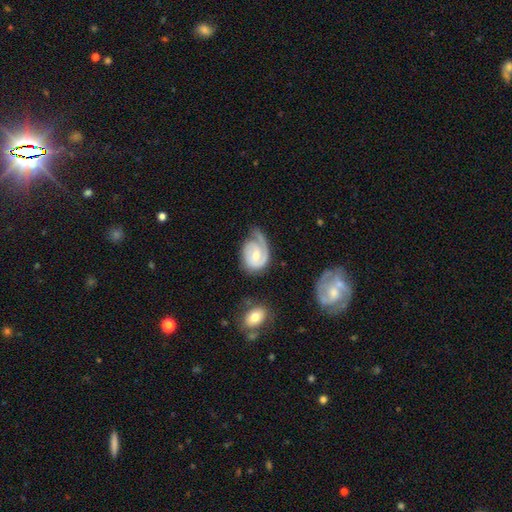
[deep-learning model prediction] Overall: featured or disk (80%). Edge-on disk: no (97%). Bar: no (49%; weak 41%). Spiral arms: yes (95%). Spiral arm count: 1 (55%; 2 33%). Spiral winding: tight (55%; medium 33%). Bulge size: moderate (54%; small 39%). Merging: none (51%; minor disturbance 26%).